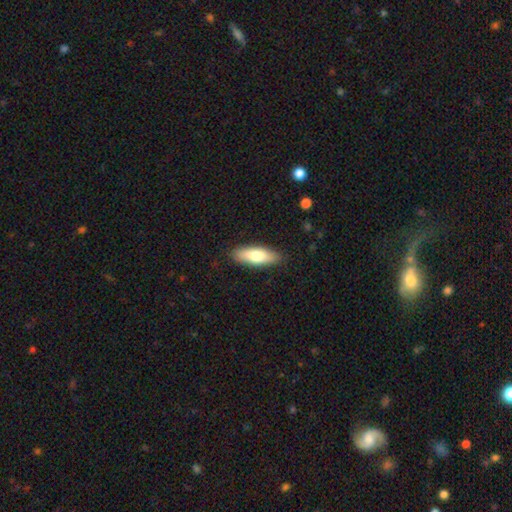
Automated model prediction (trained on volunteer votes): Overall: smooth (75%). How rounded: in between (61%; cigar-shaped 37%). Merging: none (87%).